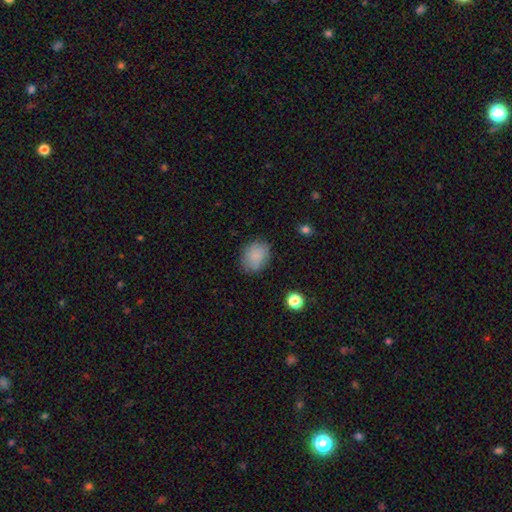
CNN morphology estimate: Smooth or featured? smooth (84%)
How rounded? in between (54%)
Merging? none (78%)